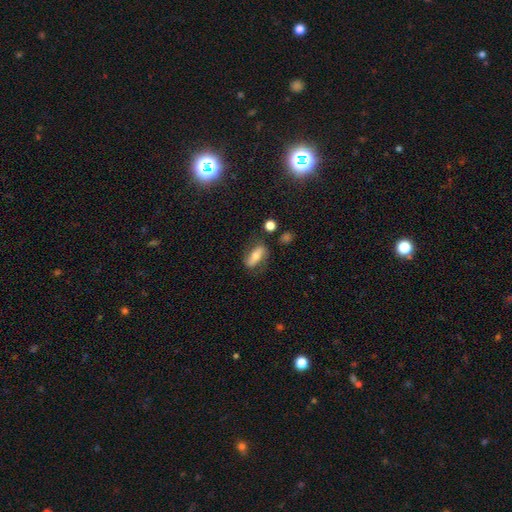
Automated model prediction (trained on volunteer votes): The model was most divided on "smooth or featured": smooth: 51%, featured or disk: 40%, star or artifact: 8%. More confident: how rounded — in between (71%); merging — none (70%).